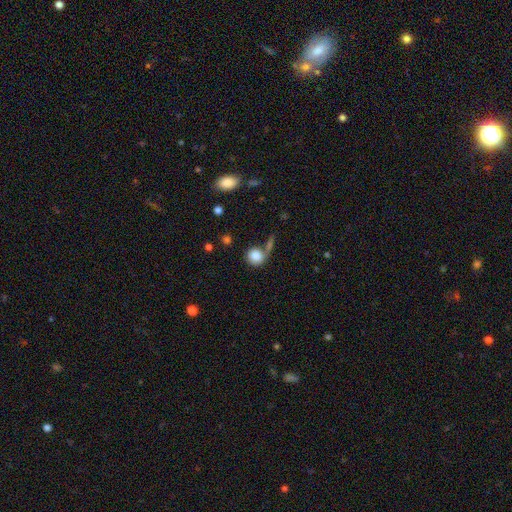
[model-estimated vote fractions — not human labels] The model was most divided on "merging": none: 56%, merger: 21%, minor disturbance: 14%, major disturbance: 9%. More confident: how rounded — round (87%); smooth or featured — smooth (83%).